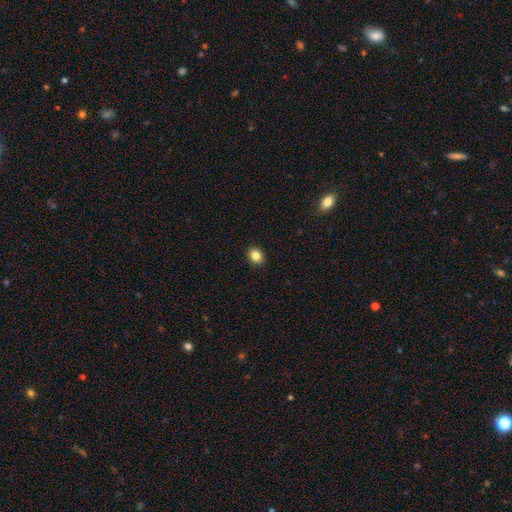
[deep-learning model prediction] Smooth or featured?
  - smooth: 84% *
  - star or artifact: 10%
  - featured or disk: 6%
How rounded?
  - round: 56% *
  - in between: 43%
  - cigar-shaped: 1%
Merging?
  - none: 91% *
  - minor disturbance: 6%
  - major disturbance: 2%
  - merger: 1%